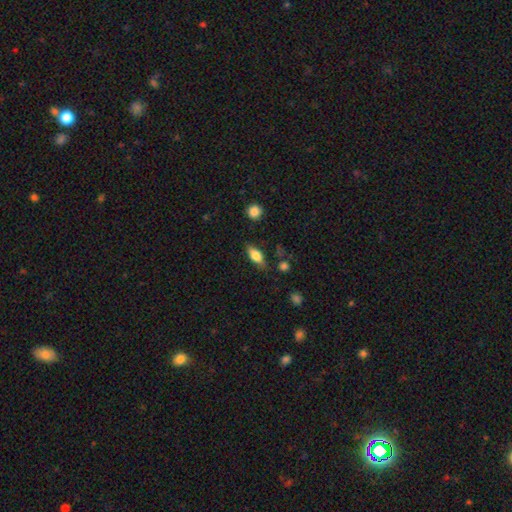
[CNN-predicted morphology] smooth 72%, featured or disk 21%, star or artifact 7%. Down the decision tree: how rounded — in between (80%); merging — none (77%).